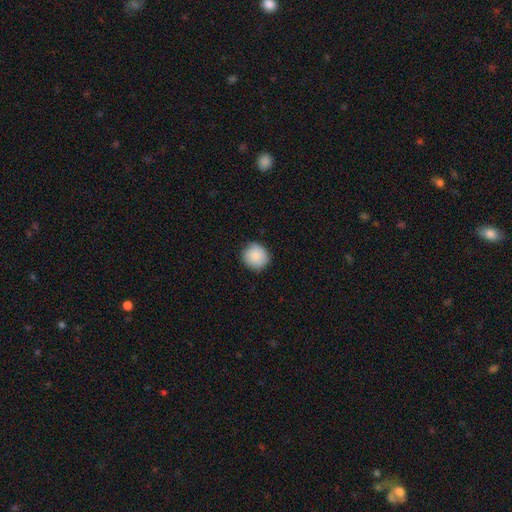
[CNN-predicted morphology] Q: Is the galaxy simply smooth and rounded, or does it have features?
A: smooth — 87%.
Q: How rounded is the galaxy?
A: round — 92%.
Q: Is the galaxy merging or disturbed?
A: none — 85%.